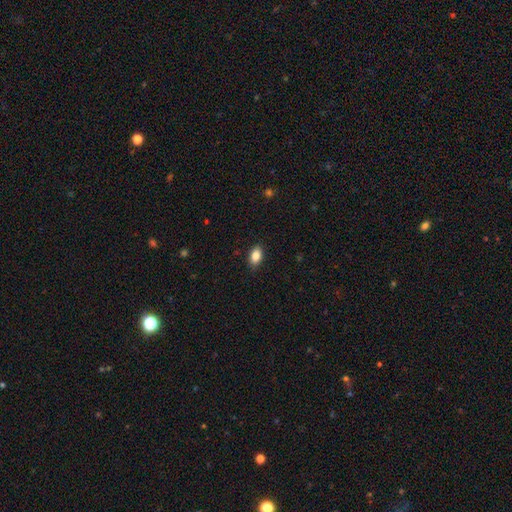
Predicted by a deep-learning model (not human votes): Morphology: type=smooth (86%); roundness=in between (89%); merging=none (88%).